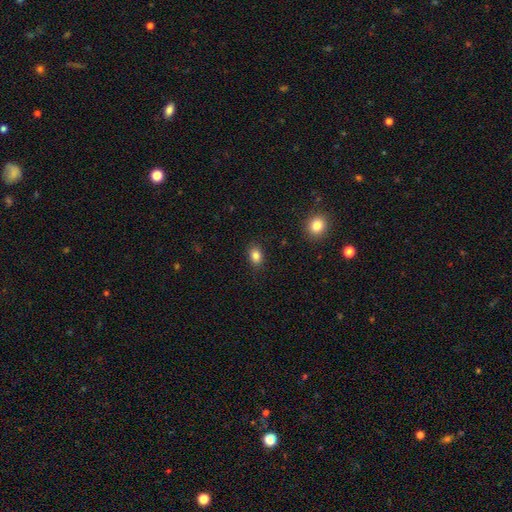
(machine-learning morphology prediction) This is clearly a smooth galaxy (83%). How rounded: likely in between (65%). Merging: clearly none (86%).